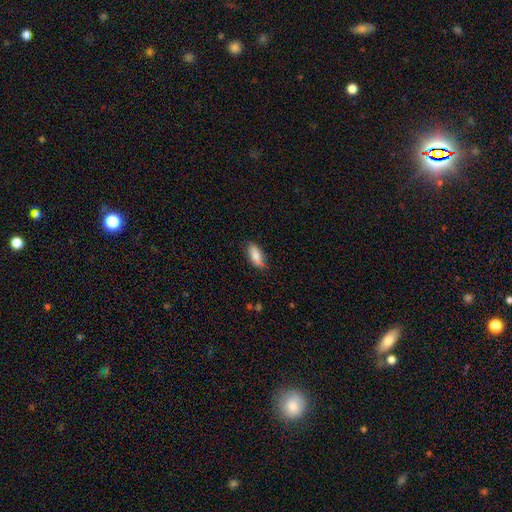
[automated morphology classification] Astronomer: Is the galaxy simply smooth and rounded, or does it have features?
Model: smooth — 72%.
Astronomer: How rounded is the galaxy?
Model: in between — 87%.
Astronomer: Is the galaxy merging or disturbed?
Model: none — 69%.